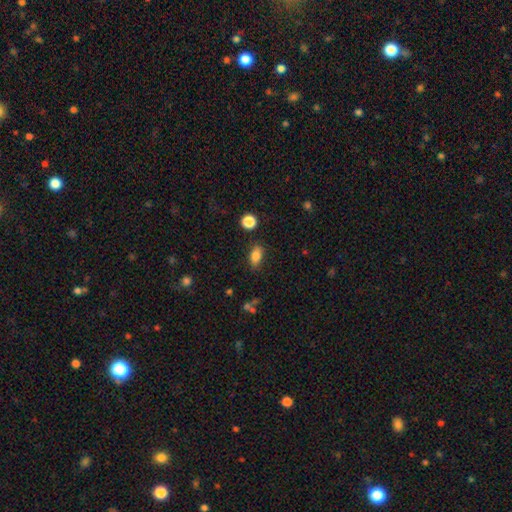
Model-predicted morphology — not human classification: Smooth or featured? Predicted: smooth (p=0.82). How rounded? Predicted: in between (p=0.86). Merging? Predicted: none (p=0.81).